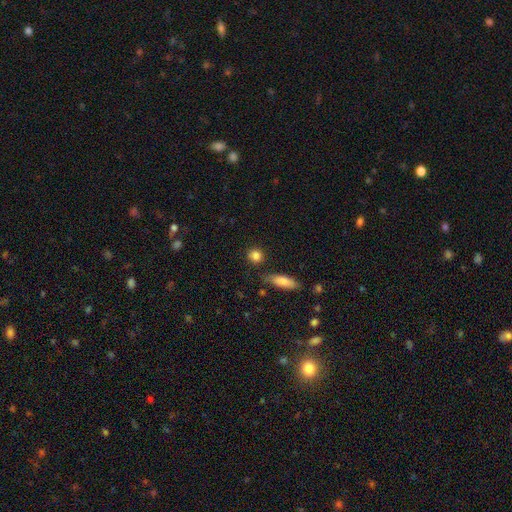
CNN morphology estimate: Q: Smooth or featured?
A: smooth (84%); runner-up: star or artifact (10%)
Q: How rounded?
A: round (82%); runner-up: in between (15%)
Q: Merging?
A: none (81%); runner-up: minor disturbance (11%)